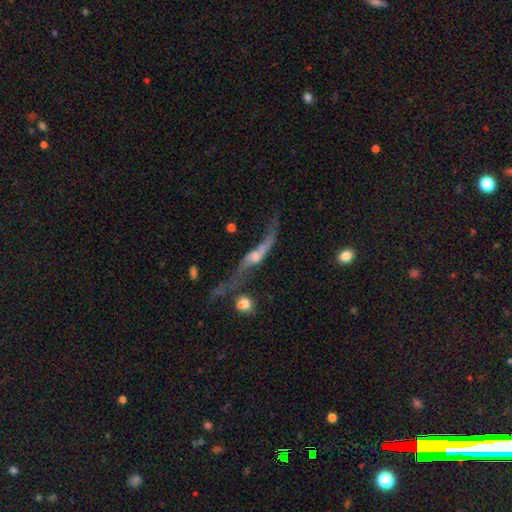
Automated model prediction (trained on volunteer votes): smooth-or-featured: featured or disk: 75% | smooth: 15% | star or artifact: 10%
  disk-edge-on: no: 62% | yes: 38%
  merging: none: 30% | major disturbance: 29% | merger: 24% | minor disturbance: 17%